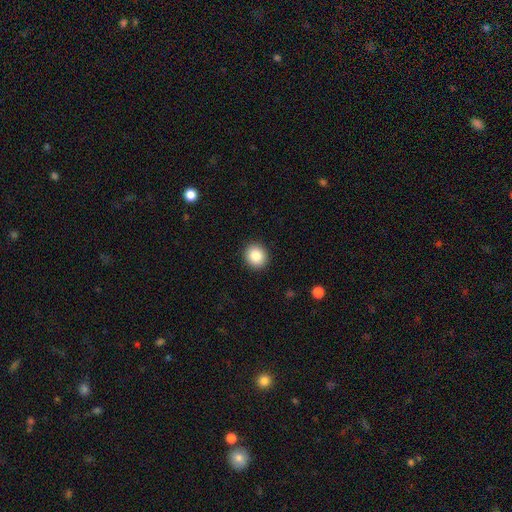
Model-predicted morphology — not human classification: This is clearly a smooth galaxy (87%). How rounded: clearly round (81%). Merging: clearly none (91%).